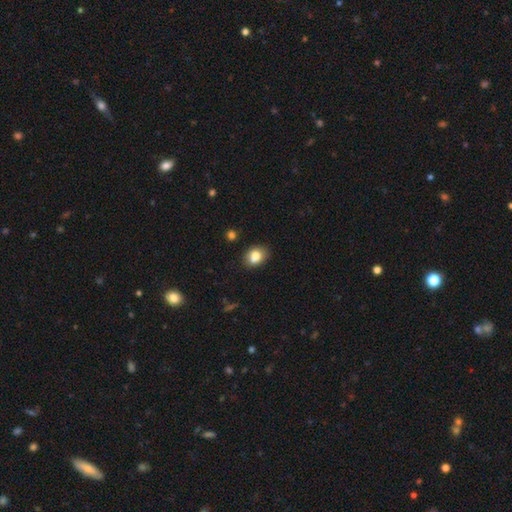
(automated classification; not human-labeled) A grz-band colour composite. It shows a smooth galaxy with no disk features (81%) that is in between round and cigar-shaped (61%). Merging: none (69%).